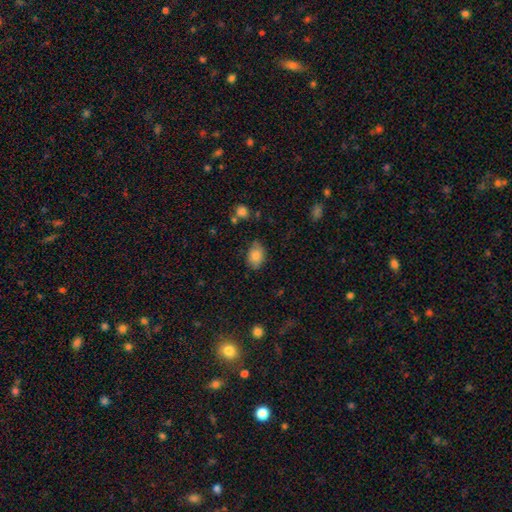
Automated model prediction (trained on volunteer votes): smooth_or_featured: smooth (p=0.84) [alt: star or artifact p=0.08]
how_rounded: in between (p=0.76) [alt: round p=0.23]
merging: none (p=0.74) [alt: minor disturbance p=0.20]